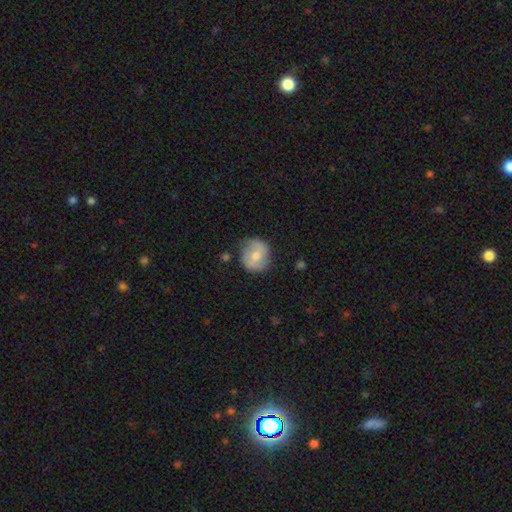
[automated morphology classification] Smooth or featured?
  - smooth: 54% *
  - featured or disk: 39%
  - star or artifact: 7%
How rounded?
  - round: 85% *
  - in between: 14%
  - cigar-shaped: 1%
Merging?
  - none: 73% *
  - minor disturbance: 20%
  - major disturbance: 5%
  - merger: 2%